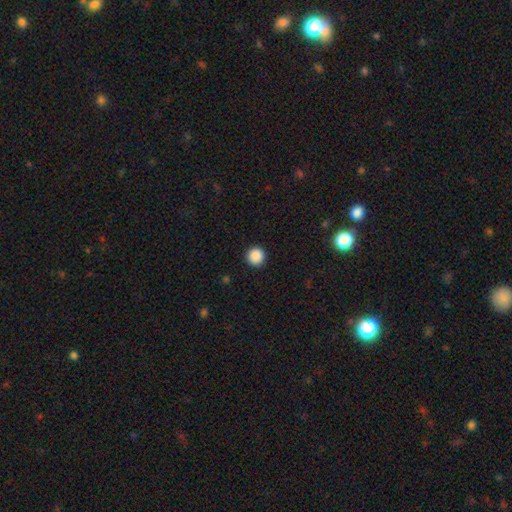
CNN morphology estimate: smooth-or-featured: smooth: 88% | star or artifact: 10% | featured or disk: 2%
  how-rounded: round: 96% | in between: 4% | cigar-shaped: 1%
  merging: none: 92% | minor disturbance: 5% | major disturbance: 2% | merger: 1%